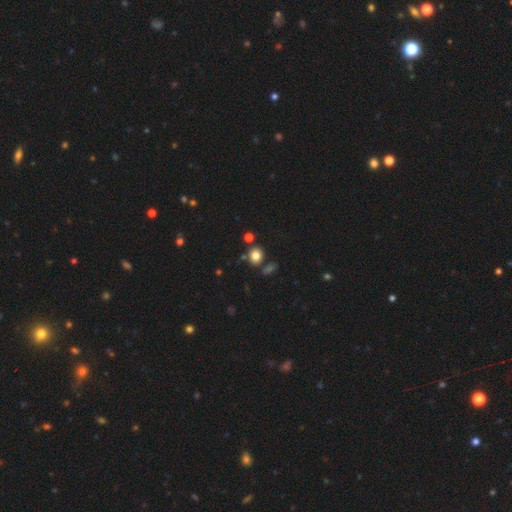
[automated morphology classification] Smooth or featured: smooth — 81% (star or artifact — 13%)
How rounded: round — 67% (in between — 31%)
Merging: none — 76% (merger — 11%)